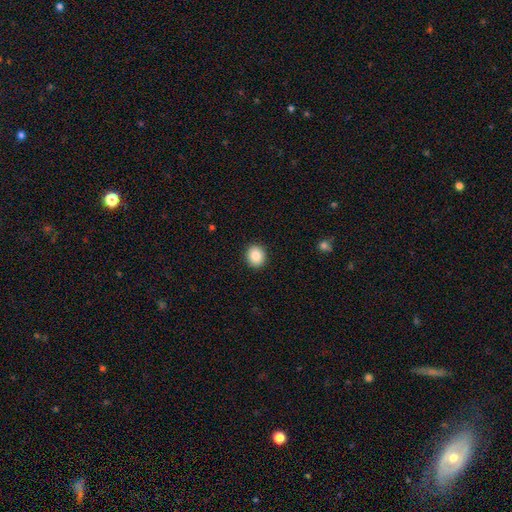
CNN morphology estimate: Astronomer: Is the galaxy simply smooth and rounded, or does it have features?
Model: smooth — 87%.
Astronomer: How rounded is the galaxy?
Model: round — 77%.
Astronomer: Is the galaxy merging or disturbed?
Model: none — 92%.